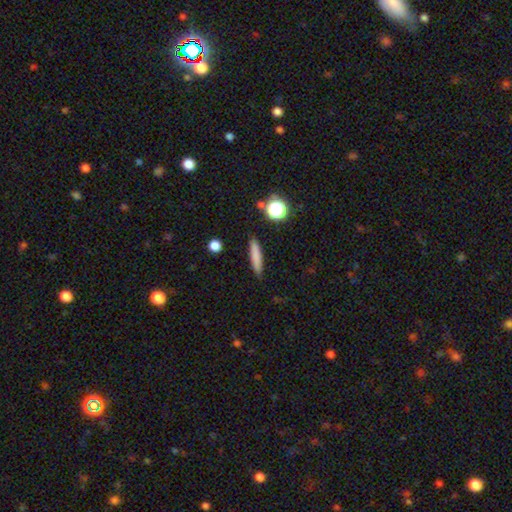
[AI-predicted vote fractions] Overall: smooth (77%). How rounded: cigar-shaped (86%). Merging: none (87%).